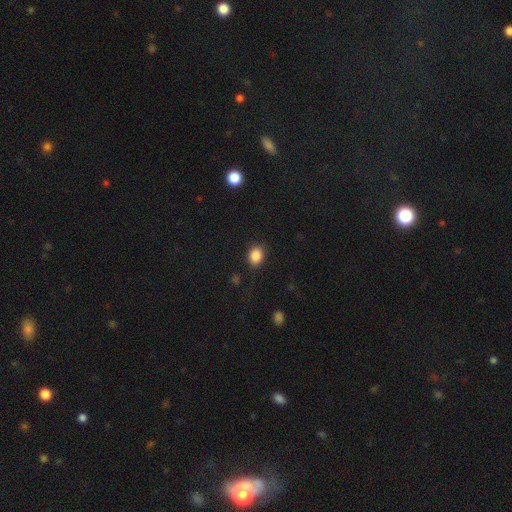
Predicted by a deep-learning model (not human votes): A smooth galaxy with no disk features (87%) that is in between round and cigar-shaped (53%). Merging: none (82%).